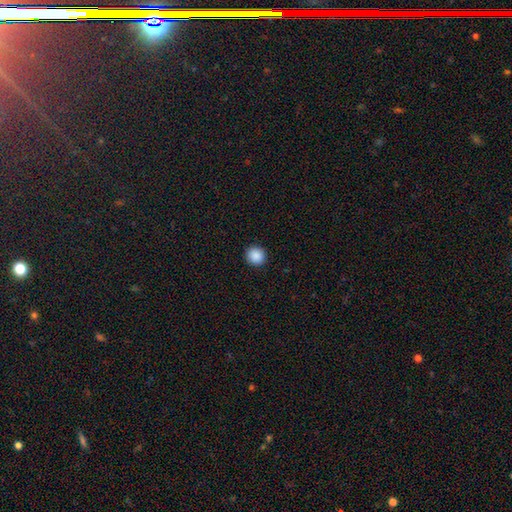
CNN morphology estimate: This is clearly a smooth galaxy (89%). How rounded: clearly round (93%). Merging: clearly none (93%).